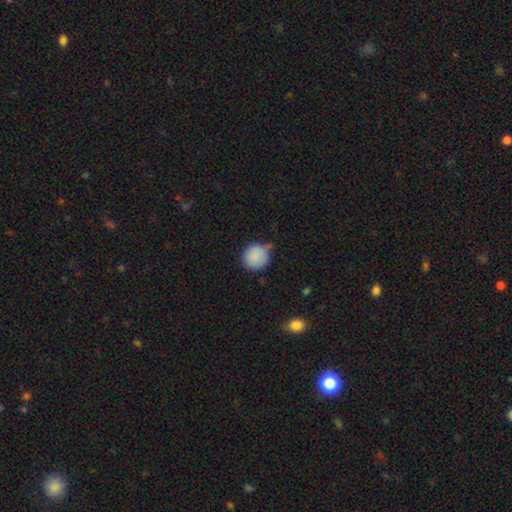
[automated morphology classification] Smooth or featured? smooth (87%)
How rounded? round (91%)
Merging? none (62%)